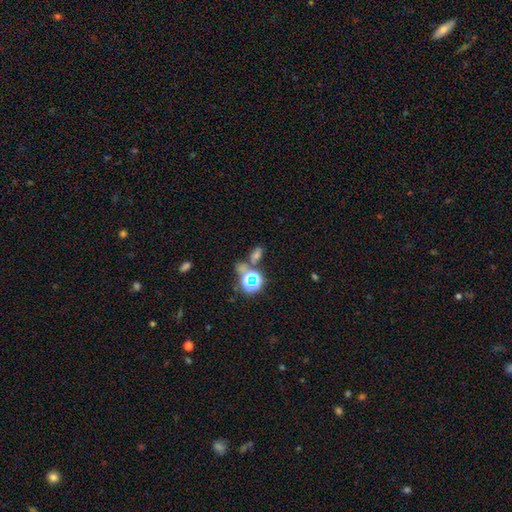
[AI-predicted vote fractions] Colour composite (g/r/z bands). It shows a star or artifact, not a galaxy (47%).